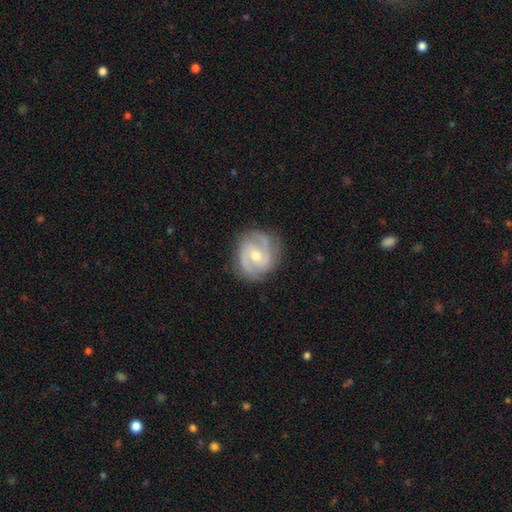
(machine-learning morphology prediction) The model was most divided on "bar": no: 45%, weak: 42%, strong: 12%. Remaining: edge-on disk — no (98%); spiral arms — yes (95%); smooth or featured — featured or disk (84%); merging — none (79%); spiral arm count — 2 (70%); bulge size — moderate (62%); spiral winding — medium (46%).